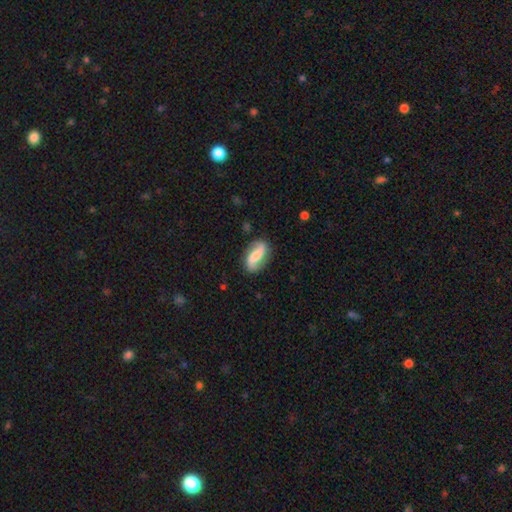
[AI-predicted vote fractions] Smooth or featured: featured or disk — 75% (smooth — 19%)
Edge-on disk: no — 96% (yes — 4%)
Bar: strong — 35% (weak — 34%)
Spiral arms: yes — 94% (no — 6%)
Spiral winding: loose — 68% (medium — 23%)
Spiral arm count: 2 — 92% (can't tell — 3%)
Bulge size: moderate — 43% (small — 35%)
Merging: none — 82% (minor disturbance — 13%)